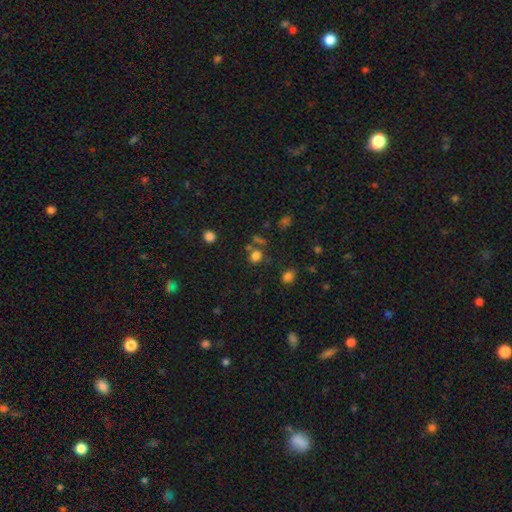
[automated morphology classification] Smooth or featured?
  - smooth: 76% *
  - star or artifact: 18%
  - featured or disk: 6%
How rounded?
  - round: 75% *
  - in between: 24%
  - cigar-shaped: 1%
Merging?
  - none: 66% *
  - merger: 18%
  - minor disturbance: 11%
  - major disturbance: 5%